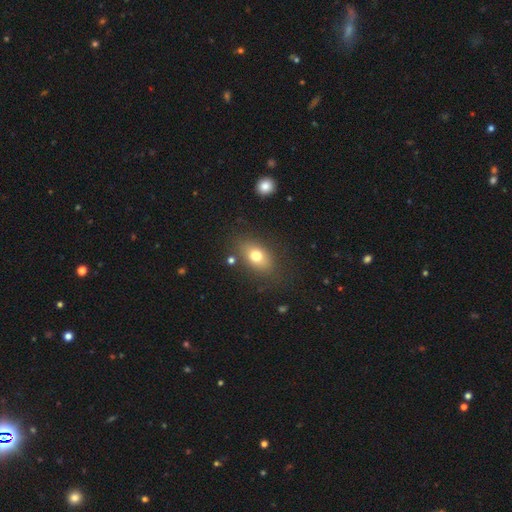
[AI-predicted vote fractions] A smooth galaxy with no disk features (74%) that is in between round and cigar-shaped (76%). Merging: none (78%).